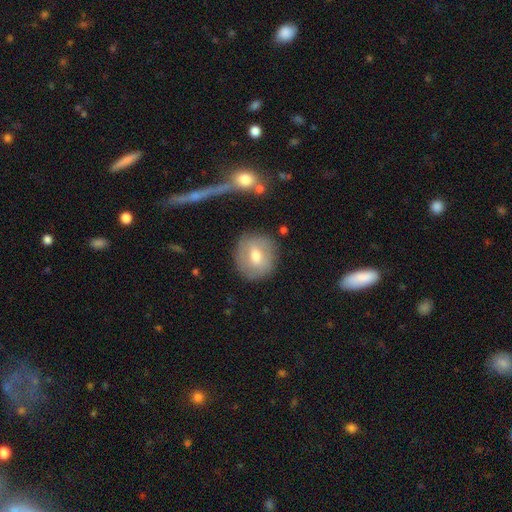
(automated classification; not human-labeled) smooth 57%, featured or disk 36%, star or artifact 8%. Down the decision tree: how rounded — round (83%); merging — none (80%).